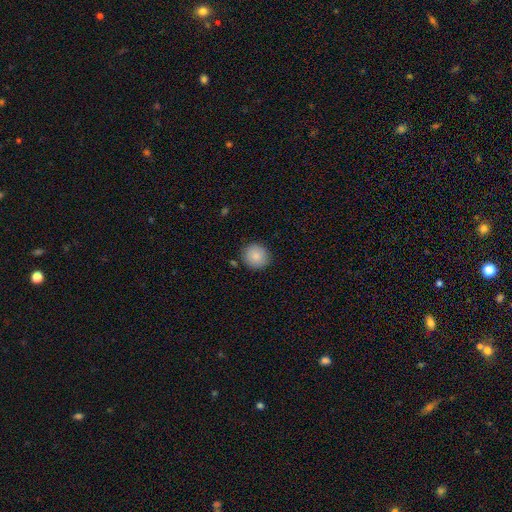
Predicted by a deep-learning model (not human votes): This appears to be a smooth galaxy with no disk features (87%) that is round (90%). Merging: none (87%).